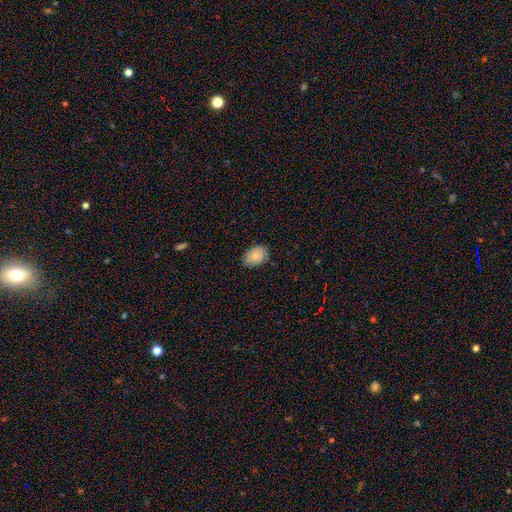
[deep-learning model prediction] smooth-or-featured: smooth: 82% | featured or disk: 10% | star or artifact: 8%
  how-rounded: in between: 82% | round: 17% | cigar-shaped: 1%
  merging: none: 73% | minor disturbance: 22% | major disturbance: 4% | merger: 1%